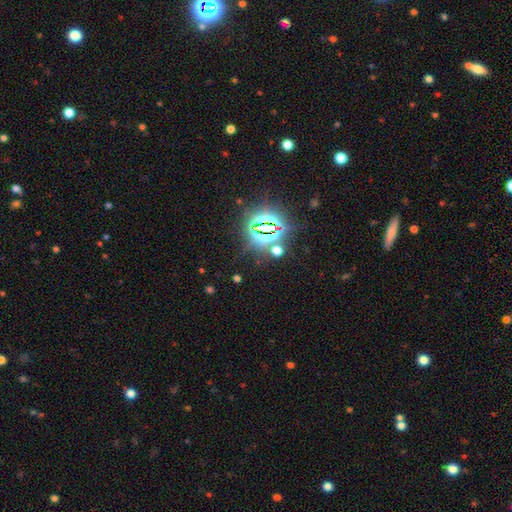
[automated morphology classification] The model was most divided on "smooth or featured": star or artifact: 81%, smooth: 11%, featured or disk: 8%.